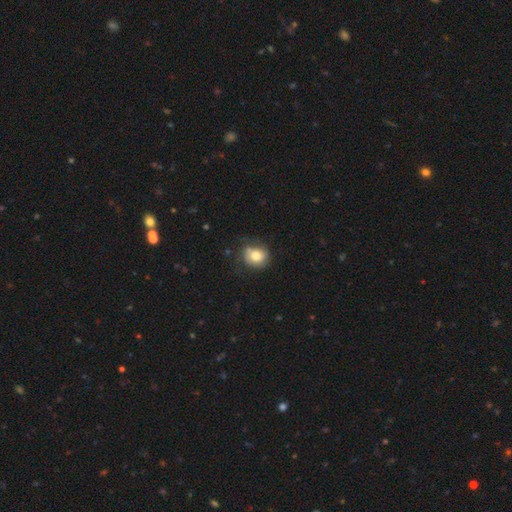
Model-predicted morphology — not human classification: Smooth or featured? smooth (73%)
How rounded? round (69%)
Merging? none (62%)